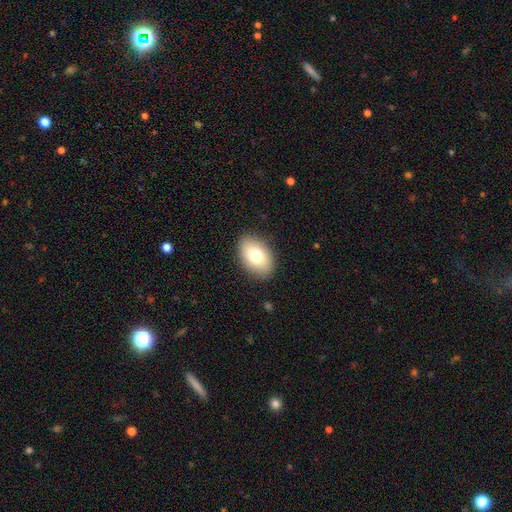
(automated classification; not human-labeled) Smooth or featured: smooth — 76% (featured or disk — 16%)
How rounded: in between — 88% (round — 11%)
Merging: none — 87% (minor disturbance — 9%)